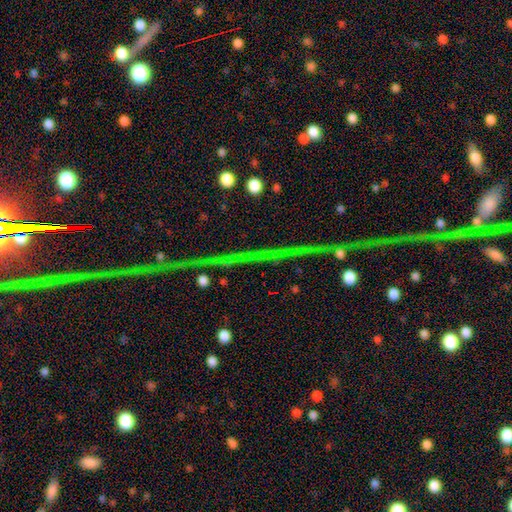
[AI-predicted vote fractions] Smooth or featured: star or artifact — 82% (featured or disk — 10%)